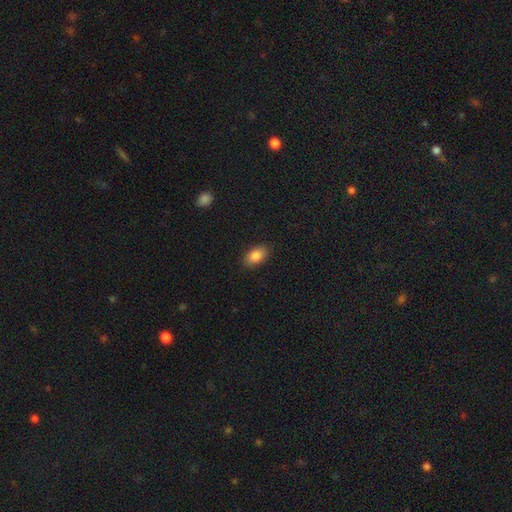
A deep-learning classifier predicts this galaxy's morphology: Smooth or featured?
  - smooth: 85% *
  - star or artifact: 8%
  - featured or disk: 7%
How rounded?
  - in between: 90% *
  - round: 9%
  - cigar-shaped: 2%
Merging?
  - none: 87% *
  - minor disturbance: 10%
  - major disturbance: 2%
  - merger: 1%